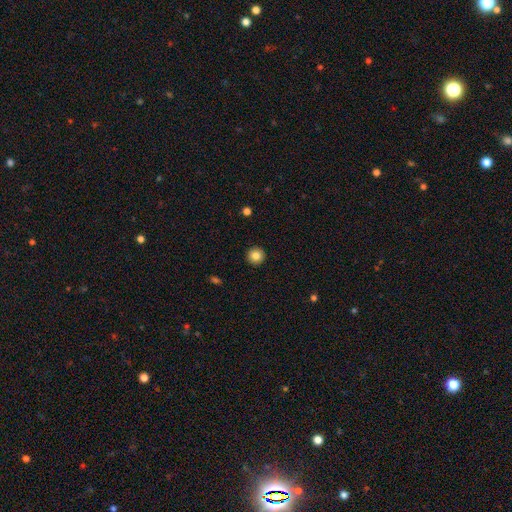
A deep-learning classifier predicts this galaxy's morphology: This appears to be a smooth galaxy with no disk features (85%) that is round (95%). Merging: none (93%).